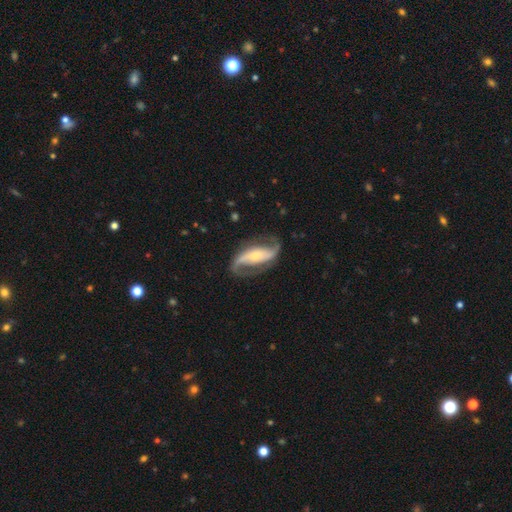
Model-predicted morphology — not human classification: A featured or disk galaxy (89%) with a strong bar (39%), 2 (92%) loose (56%) spiral arms (97%) and a small central bulge (51%).

Vote fractions:
- Smooth or featured? featured or disk: 89% / smooth: 7% / star or artifact: 4%
- Edge-on disk? no: 96% / yes: 4%
- Bar? strong: 39% / no: 33% / weak: 28%
- Spiral arms? yes: 97% / no: 3%
- Spiral winding? loose: 56% / medium: 34% / tight: 10%
- Spiral arm count? 2: 92% / 1: 3% / can't tell: 2% / 3: 1% / 4: 1% / more than 4: 1%
- Bulge size? small: 51% / moderate: 40% / large: 5% / none: 3% / dominant: 2%
- Merging? none: 78% / minor disturbance: 13% / major disturbance: 7% / merger: 2%